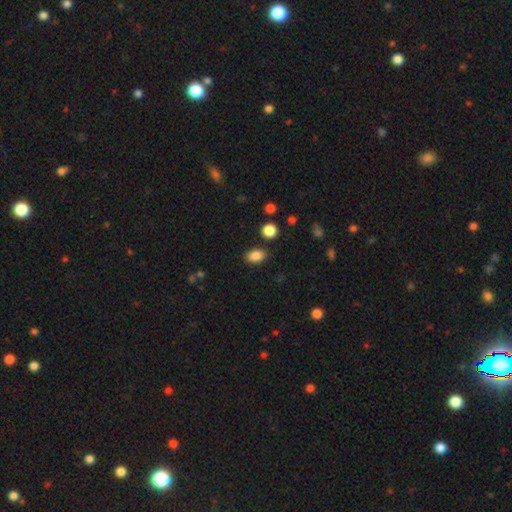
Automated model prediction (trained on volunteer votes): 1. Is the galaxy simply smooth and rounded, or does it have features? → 86% smooth, 9% star or artifact, 5% featured or disk.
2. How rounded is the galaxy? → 83% in between, 16% round, 1% cigar-shaped.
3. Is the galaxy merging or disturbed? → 85% none, 9% minor disturbance, 3% merger, 3% major disturbance.